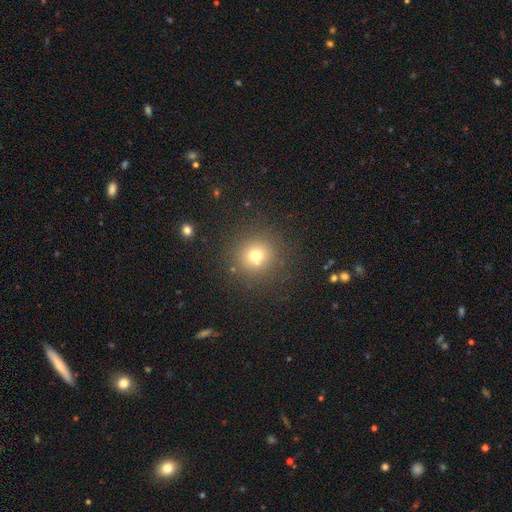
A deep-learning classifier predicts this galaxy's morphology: This appears to be a smooth galaxy with no disk features (71%) that is round (93%). Merging: none (84%).